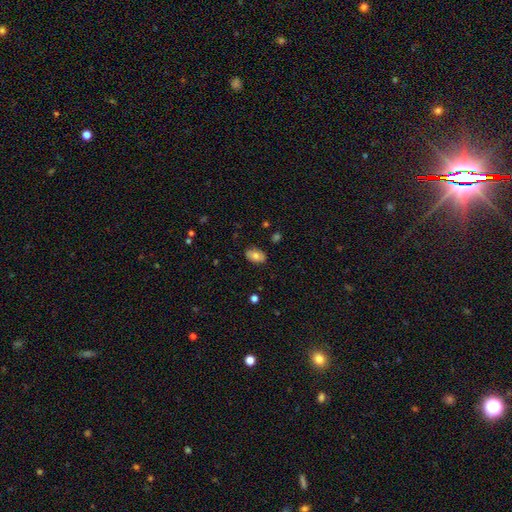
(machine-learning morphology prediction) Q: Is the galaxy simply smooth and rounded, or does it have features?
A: smooth — 72%.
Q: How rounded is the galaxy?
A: in between — 89%.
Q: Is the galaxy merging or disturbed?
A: none — 83%.